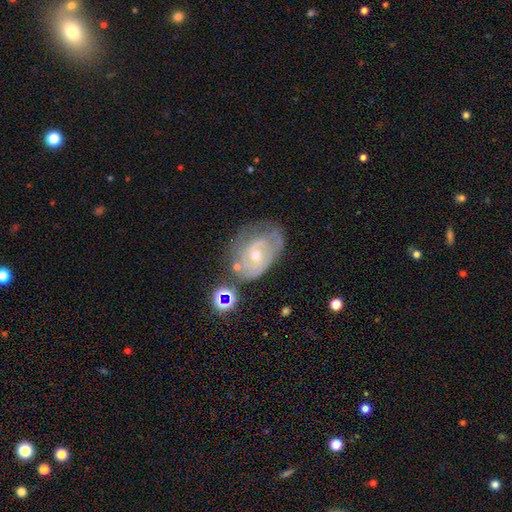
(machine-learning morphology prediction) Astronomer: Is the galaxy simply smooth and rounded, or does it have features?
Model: featured or disk — 75%.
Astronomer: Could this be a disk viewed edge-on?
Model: no — 96%.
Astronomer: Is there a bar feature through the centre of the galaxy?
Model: no — 70%.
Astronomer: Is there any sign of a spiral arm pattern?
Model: yes — 84%.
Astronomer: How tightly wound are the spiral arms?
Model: tight — 61%.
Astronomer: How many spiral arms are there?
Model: can't tell — 43% (runner-up: 2, 30%).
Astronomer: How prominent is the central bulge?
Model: small — 52% (runner-up: moderate, 45%).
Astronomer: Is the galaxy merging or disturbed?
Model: none — 48% (runner-up: minor disturbance, 28%).